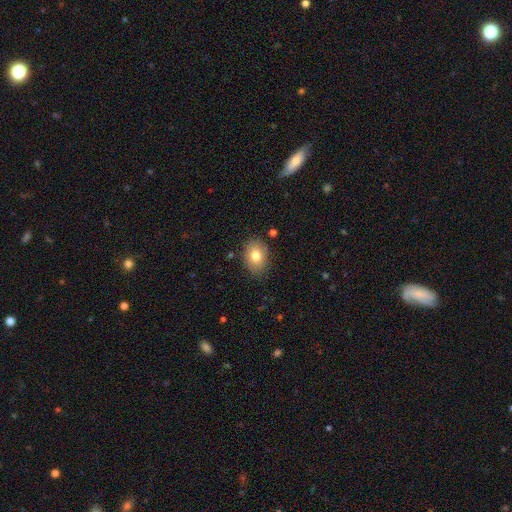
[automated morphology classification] Q: Smooth or featured?
A: smooth (78%); runner-up: featured or disk (13%)
Q: How rounded?
A: in between (74%); runner-up: round (25%)
Q: Merging?
A: none (84%); runner-up: minor disturbance (12%)